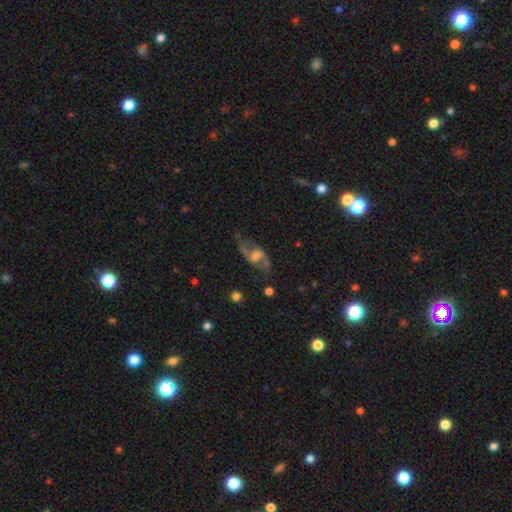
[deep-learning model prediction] Smooth or featured? featured or disk (82%)
Edge-on disk? no (94%)
Bar? weak (51%)
Spiral arms? yes (94%)
Spiral winding? loose (74%)
Spiral arm count? 2 (92%)
Bulge size? moderate (37%)
Merging? none (70%)